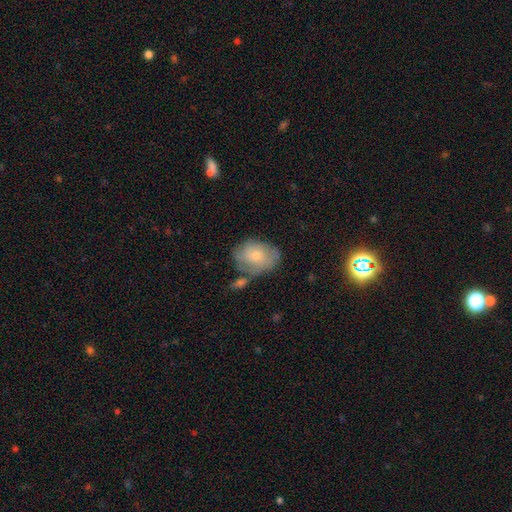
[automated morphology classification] Q: Smooth or featured?
A: smooth (66%); runner-up: featured or disk (27%)
Q: How rounded?
A: in between (72%); runner-up: round (27%)
Q: Merging?
A: none (50%); runner-up: minor disturbance (26%)